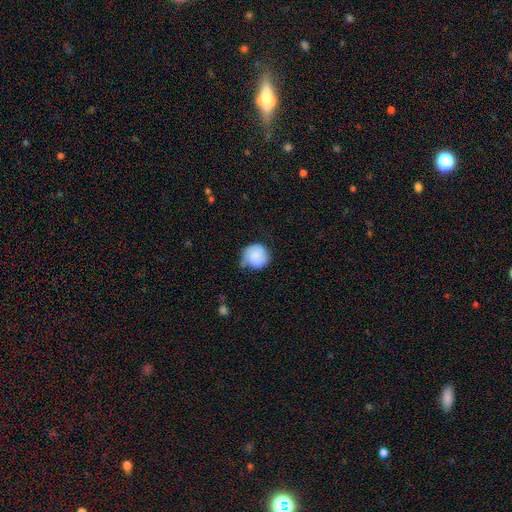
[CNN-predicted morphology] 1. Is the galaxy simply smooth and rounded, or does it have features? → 81% smooth, 12% featured or disk, 7% star or artifact.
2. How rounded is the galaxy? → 90% round, 9% in between, 1% cigar-shaped.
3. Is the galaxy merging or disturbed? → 51% none, 37% minor disturbance, 9% major disturbance, 3% merger.